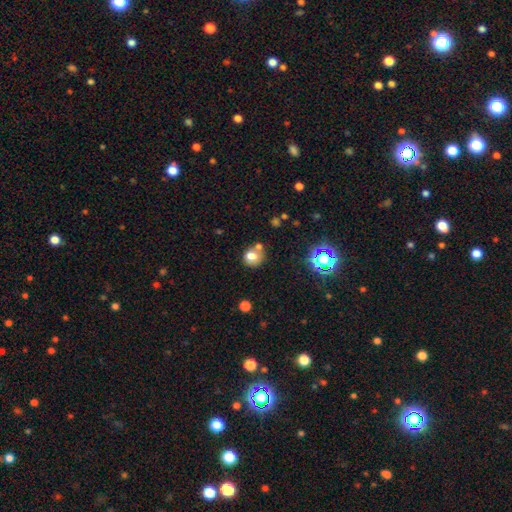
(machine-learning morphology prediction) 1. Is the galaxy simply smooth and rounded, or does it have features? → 73% smooth, 15% star or artifact, 11% featured or disk.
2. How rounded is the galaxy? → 82% round, 17% in between, 1% cigar-shaped.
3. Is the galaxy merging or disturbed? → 60% none, 24% merger, 12% minor disturbance, 4% major disturbance.